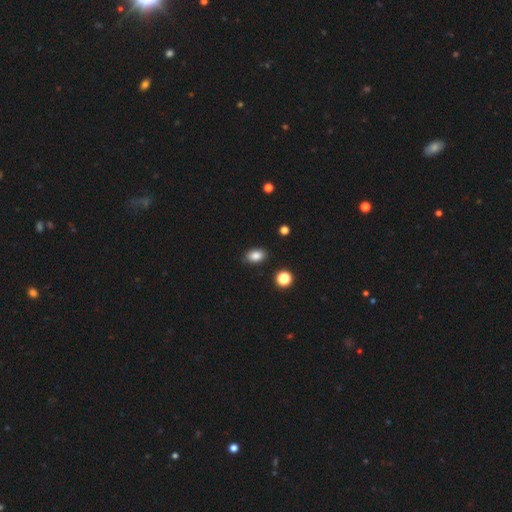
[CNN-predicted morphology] Smooth or featured? Predicted: smooth (p=0.85). How rounded? Predicted: in between (p=0.81). Merging? Predicted: none (p=0.87).